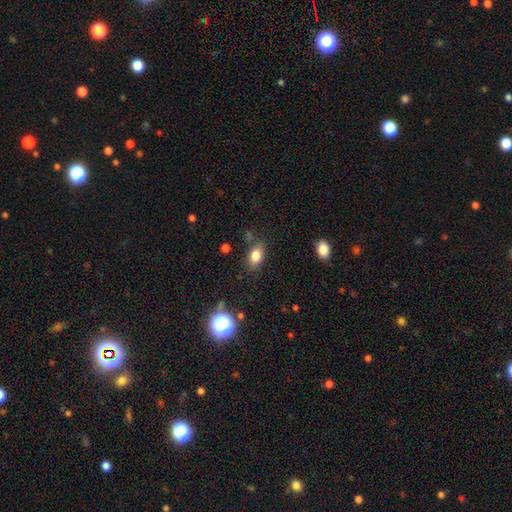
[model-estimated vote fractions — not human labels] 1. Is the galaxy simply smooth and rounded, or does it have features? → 80% smooth, 10% star or artifact, 10% featured or disk.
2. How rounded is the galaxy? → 82% in between, 15% round, 3% cigar-shaped.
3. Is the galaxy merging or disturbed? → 78% none, 15% minor disturbance, 4% major disturbance, 4% merger.